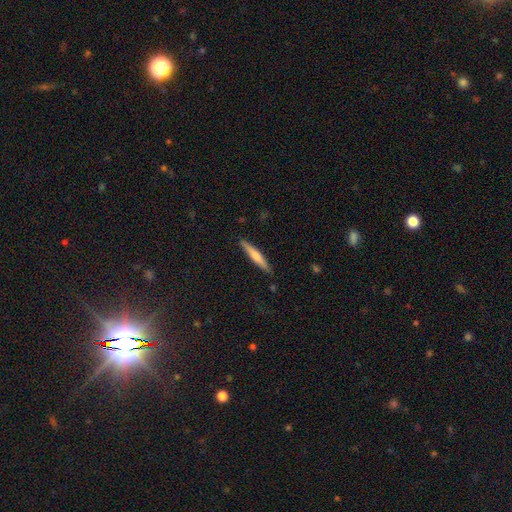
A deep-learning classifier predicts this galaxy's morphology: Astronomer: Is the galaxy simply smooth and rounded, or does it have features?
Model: smooth — 61%.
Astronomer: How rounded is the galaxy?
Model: cigar-shaped — 93%.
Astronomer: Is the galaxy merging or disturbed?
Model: none — 88%.